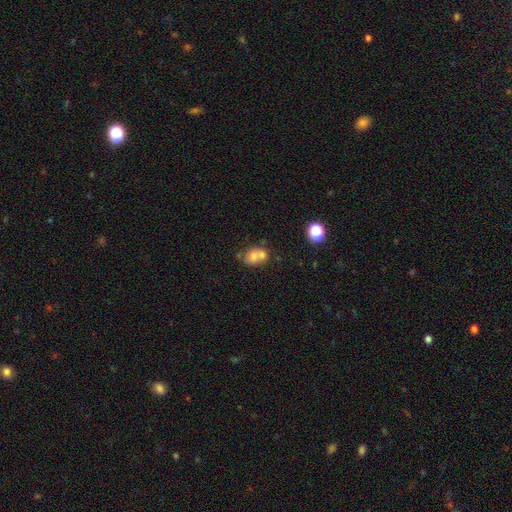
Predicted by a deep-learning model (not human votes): Smooth or featured?
  - smooth: 67% *
  - featured or disk: 21%
  - star or artifact: 12%
How rounded?
  - in between: 51% *
  - round: 48%
  - cigar-shaped: 1%
Merging?
  - merger: 55% *
  - none: 30%
  - minor disturbance: 10%
  - major disturbance: 5%